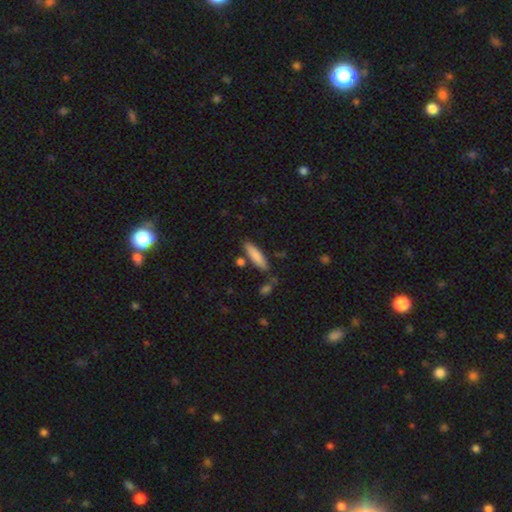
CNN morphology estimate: smooth 84%, featured or disk 11%, star or artifact 6%. Down the decision tree: how rounded — cigar-shaped (70%); merging — none (80%).